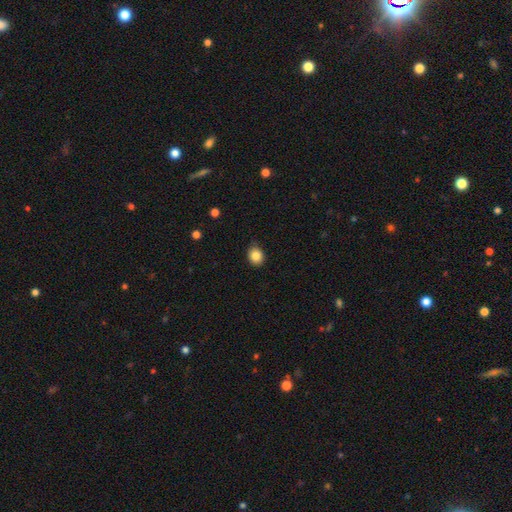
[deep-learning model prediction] The model was most divided on "how rounded": round: 61%, in between: 38%, cigar-shaped: 1%. More confident: smooth or featured — smooth (84%); merging — none (81%).